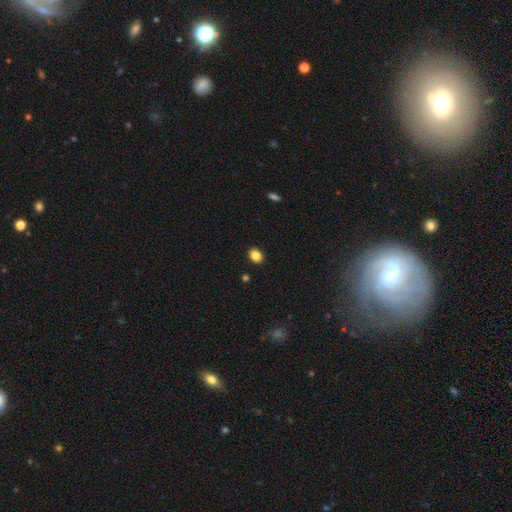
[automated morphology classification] type=smooth (86%); roundness=in between (55%); merging=none (91%).